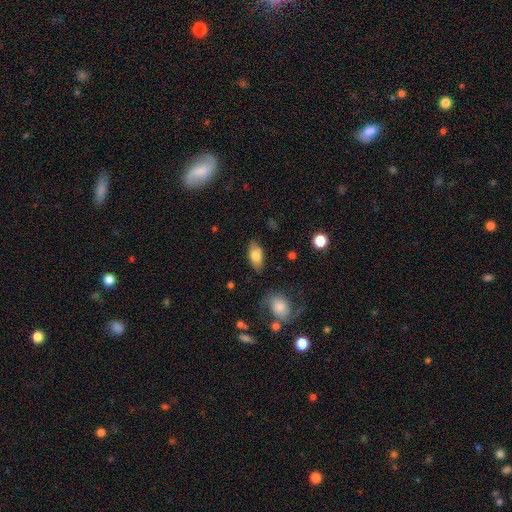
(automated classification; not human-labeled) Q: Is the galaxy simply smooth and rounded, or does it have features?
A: smooth — 77%.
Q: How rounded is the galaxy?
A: in between — 89%.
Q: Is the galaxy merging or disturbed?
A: none — 83%.